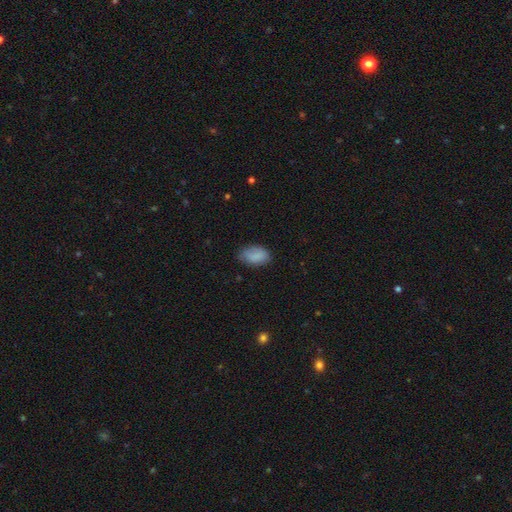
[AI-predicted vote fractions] Smooth or featured?
  - smooth: 85% *
  - featured or disk: 7%
  - star or artifact: 7%
How rounded?
  - in between: 92% *
  - round: 7%
  - cigar-shaped: 2%
Merging?
  - none: 70% *
  - minor disturbance: 24%
  - major disturbance: 5%
  - merger: 1%